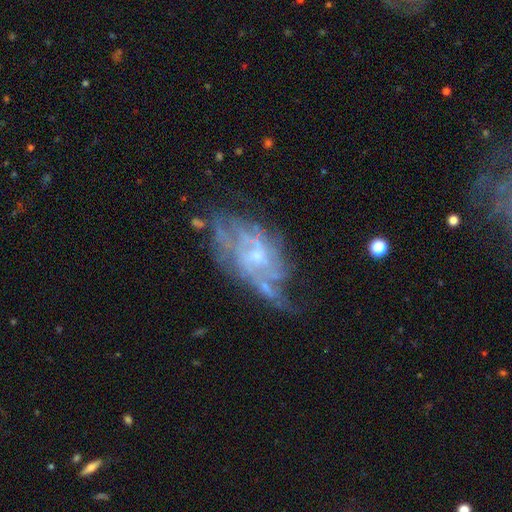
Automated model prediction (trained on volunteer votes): Morphology: type=featured or disk (79%); edge-on=no (94%); bar=no (63%); spiral arms=yes (78%); winding=tight (39%, tied with medium); arm count=can't tell (51%); bulge=small (64%); merging=none (46%).